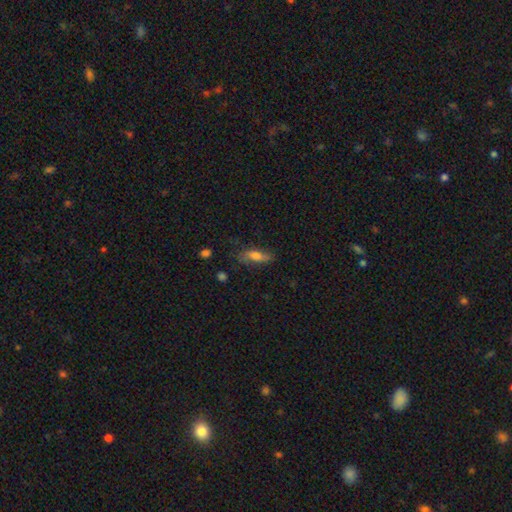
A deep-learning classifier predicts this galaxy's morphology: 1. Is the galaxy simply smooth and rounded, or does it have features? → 68% smooth, 23% featured or disk, 8% star or artifact.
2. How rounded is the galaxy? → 57% in between, 40% cigar-shaped, 3% round.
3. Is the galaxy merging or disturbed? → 64% none, 25% minor disturbance, 9% major disturbance, 2% merger.